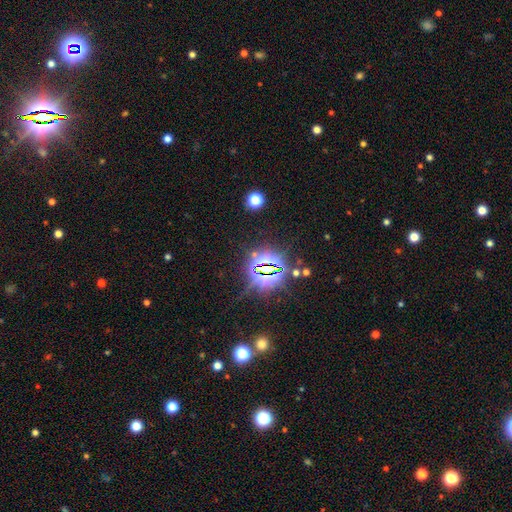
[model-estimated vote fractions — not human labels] A star or artifact, not a galaxy (83%).

Vote fractions:
- Smooth or featured? star or artifact: 83% / smooth: 9% / featured or disk: 8%